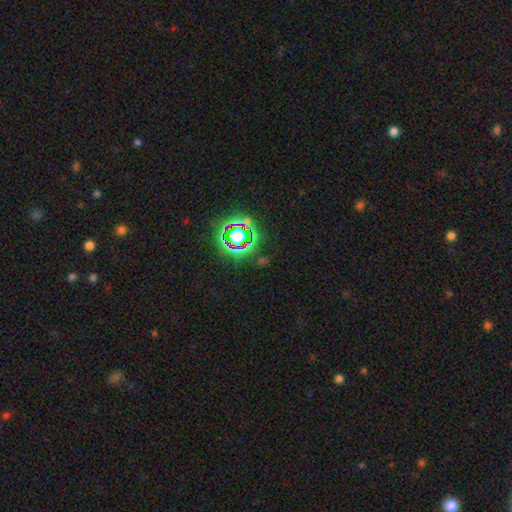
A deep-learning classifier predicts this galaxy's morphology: The model was most divided on "smooth or featured": star or artifact: 81%, smooth: 12%, featured or disk: 7%.